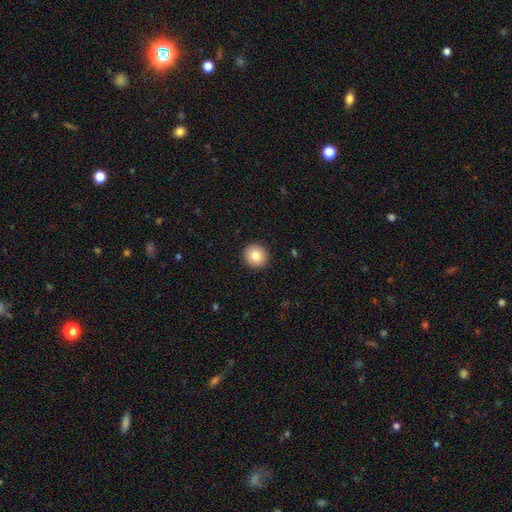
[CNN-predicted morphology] Q: Smooth or featured?
A: smooth (81%); runner-up: featured or disk (10%)
Q: How rounded?
A: round (95%); runner-up: in between (4%)
Q: Merging?
A: none (93%); runner-up: minor disturbance (5%)